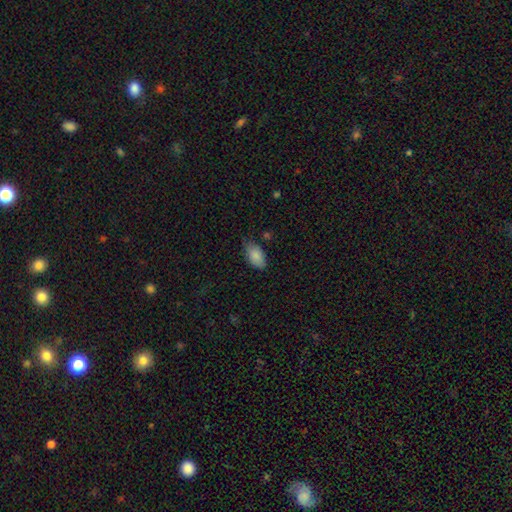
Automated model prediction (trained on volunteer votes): Morphology: type=smooth (87%); roundness=in between (94%); merging=none (68%).